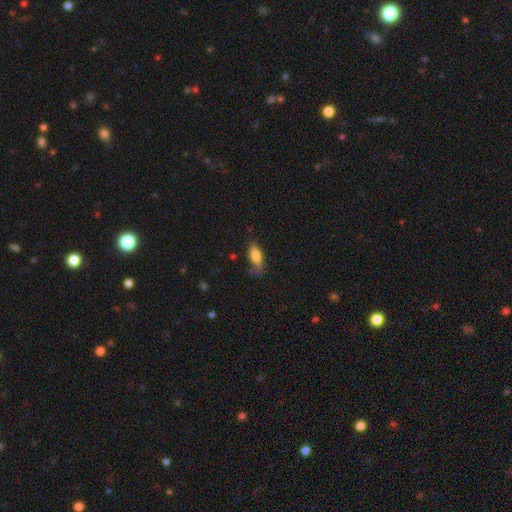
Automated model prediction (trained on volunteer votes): A smooth galaxy with no disk features (79%) that is in between round and cigar-shaped (75%).

Vote fractions:
- Smooth or featured? smooth: 79% / featured or disk: 14% / star or artifact: 7%
- How rounded? in between: 75% / cigar-shaped: 22% / round: 3%
- Merging? none: 54% / minor disturbance: 30% / major disturbance: 12% / merger: 3%